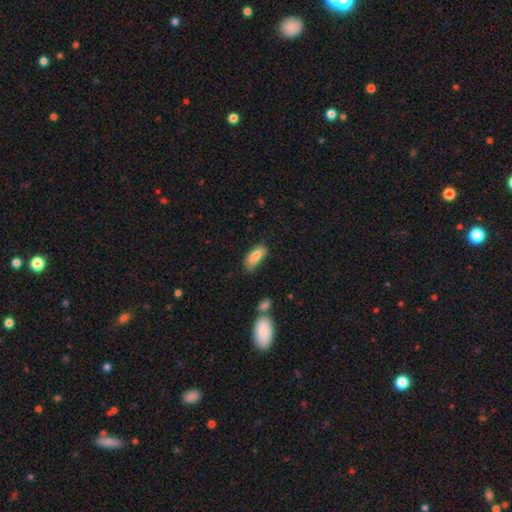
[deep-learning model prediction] This is clearly a smooth galaxy (83%). How rounded: clearly in between (83%). Merging: possibly none (55%).